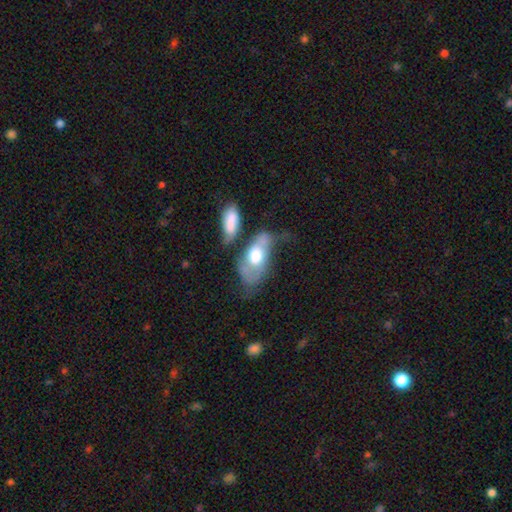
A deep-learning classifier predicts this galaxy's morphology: type=smooth (52%); roundness=in between (88%); merging=major disturbance (27%).